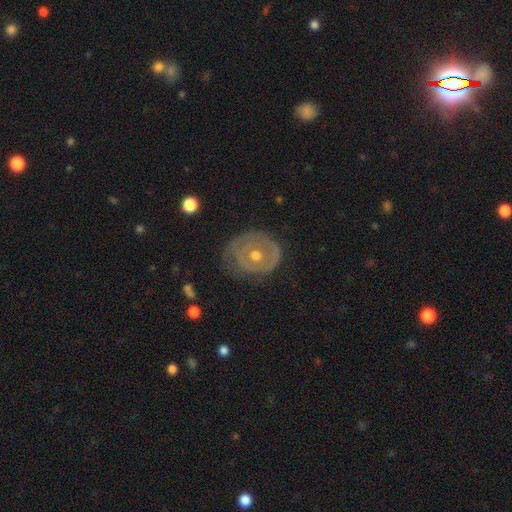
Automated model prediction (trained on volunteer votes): Morphology: type=featured or disk (68%); edge-on=no (96%); bar=no (84%); spiral arms=no (52%); bulge=moderate (68%); merging=none (59%).